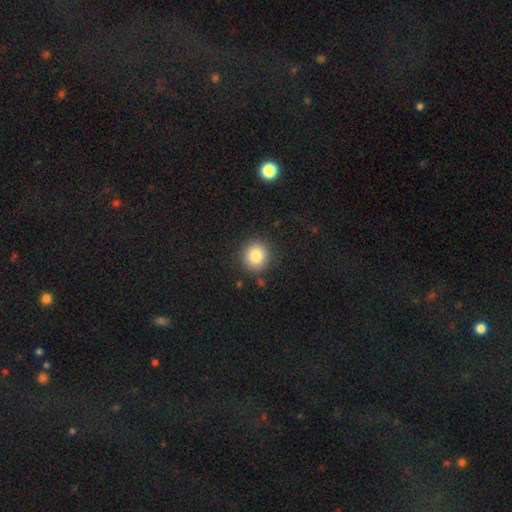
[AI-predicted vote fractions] Smooth or featured? smooth (83%)
How rounded? round (92%)
Merging? none (89%)